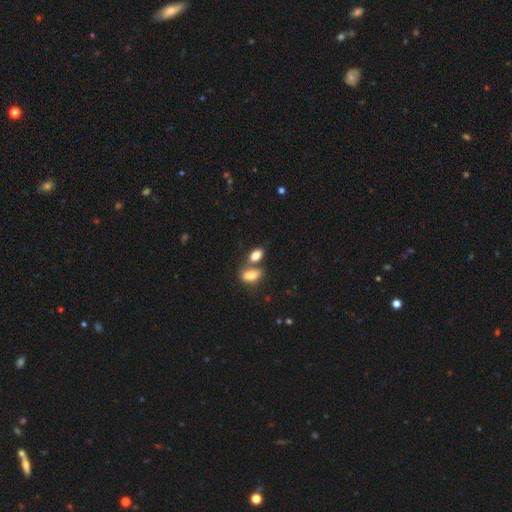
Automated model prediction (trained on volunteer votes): Smooth or featured? Predicted: smooth (p=0.84). How rounded? Predicted: in between (p=0.88). Merging? Predicted: none (p=0.43).